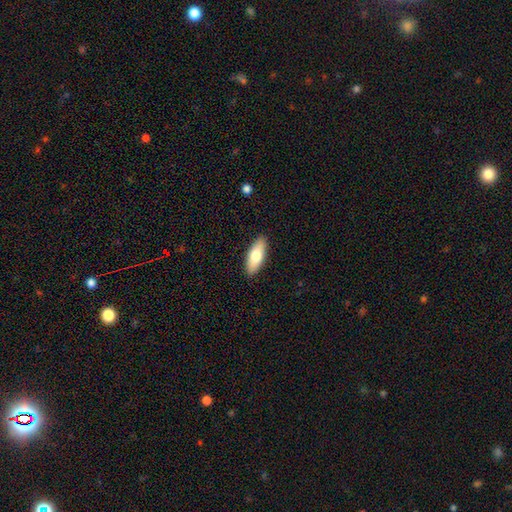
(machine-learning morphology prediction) Smooth or featured: smooth — 75% (featured or disk — 20%)
How rounded: in between — 73% (cigar-shaped — 25%)
Merging: none — 90% (minor disturbance — 7%)